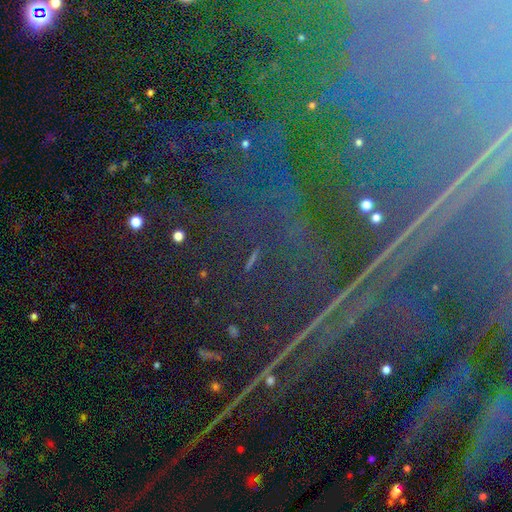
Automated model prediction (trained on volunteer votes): smooth-or-featured: star or artifact: 86% | featured or disk: 8% | smooth: 6%